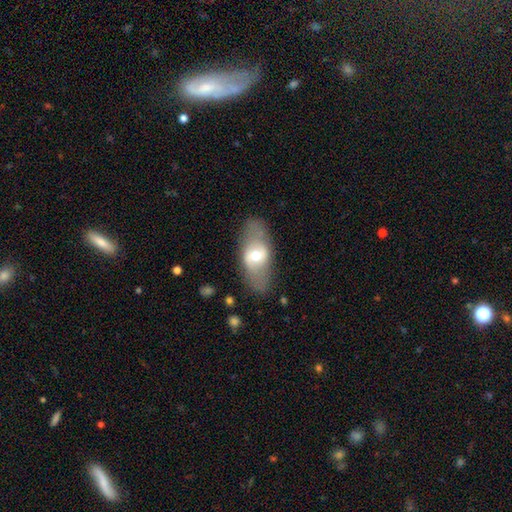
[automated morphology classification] featured or disk 48%, smooth 45%, star or artifact 7%. Down the decision tree: merging — none (76%).